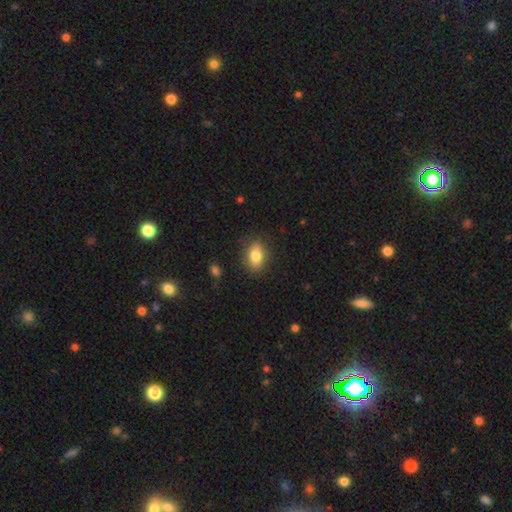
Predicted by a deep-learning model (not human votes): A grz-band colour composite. It shows a smooth galaxy with no disk features (80%) that is in between round and cigar-shaped (82%). Merging: none (83%).